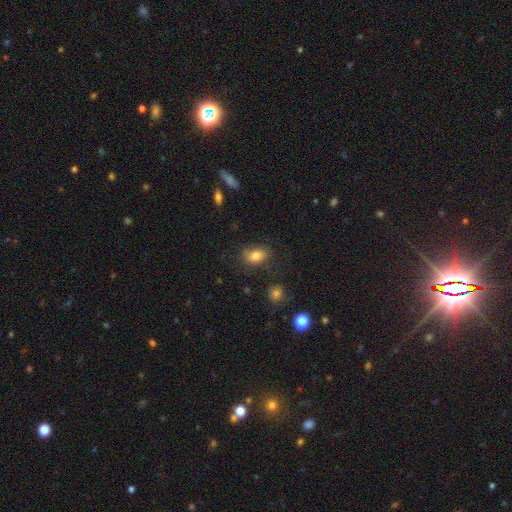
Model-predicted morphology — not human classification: smooth_or_featured: smooth (p=0.81) [alt: star or artifact p=0.10]
how_rounded: in between (p=0.83) [alt: round p=0.15]
merging: none (p=0.75) [alt: minor disturbance p=0.18]